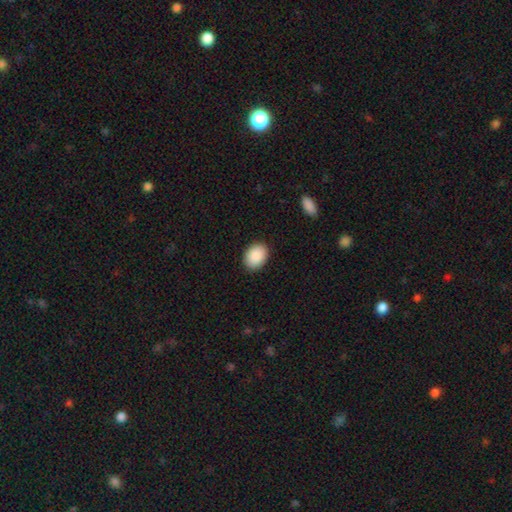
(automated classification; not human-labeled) This is clearly a smooth galaxy (90%). How rounded: likely in between (70%). Merging: clearly none (90%).